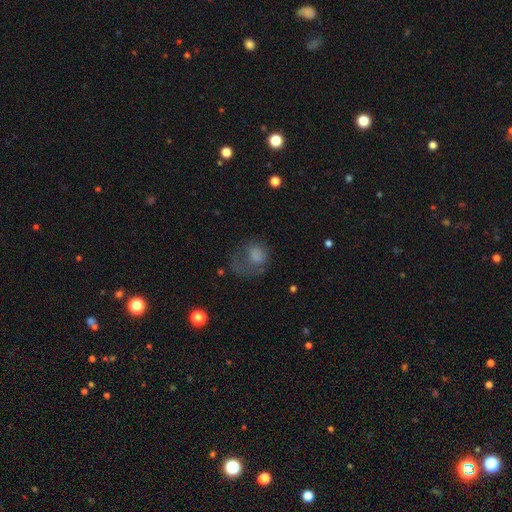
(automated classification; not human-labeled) Overall: smooth (65%). How rounded: round (58%; in between 41%). Merging: major disturbance (52%; none 26%).